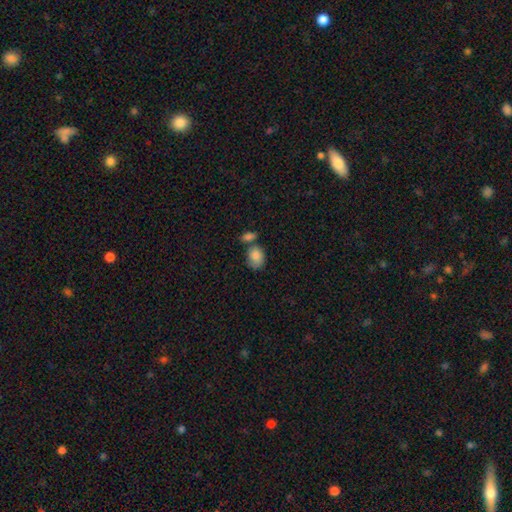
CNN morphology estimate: smooth-or-featured: smooth: 85% | featured or disk: 7% | star or artifact: 7%
  how-rounded: in between: 59% | round: 40% | cigar-shaped: 1%
  merging: none: 42% | merger: 32% | minor disturbance: 19% | major disturbance: 7%